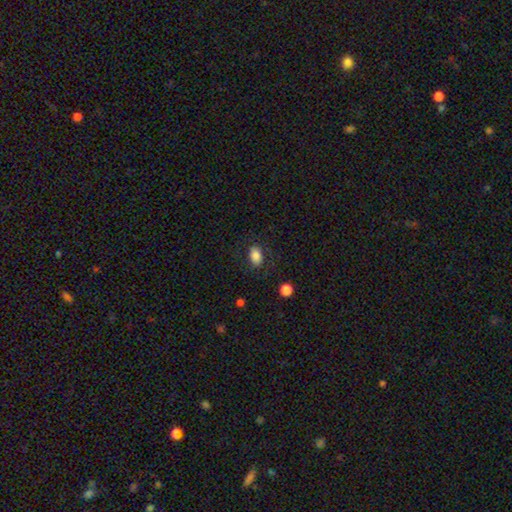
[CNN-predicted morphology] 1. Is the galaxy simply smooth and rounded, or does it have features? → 82% smooth, 9% featured or disk, 9% star or artifact.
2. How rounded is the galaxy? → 85% in between, 14% round, 1% cigar-shaped.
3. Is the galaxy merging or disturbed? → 80% none, 13% minor disturbance, 6% major disturbance, 1% merger.